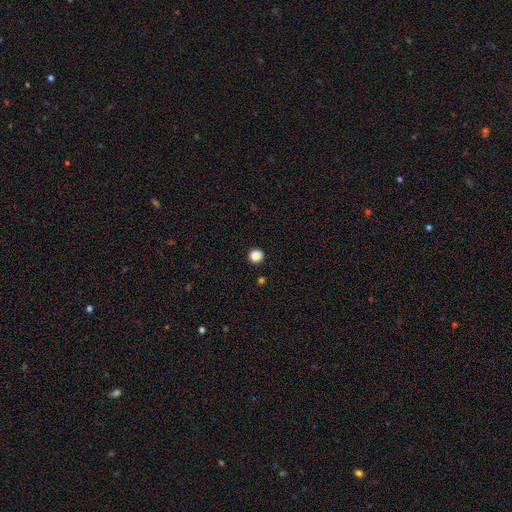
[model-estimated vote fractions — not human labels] Smooth or featured: smooth — 87% (star or artifact — 10%)
How rounded: round — 95% (in between — 5%)
Merging: none — 93% (minor disturbance — 4%)